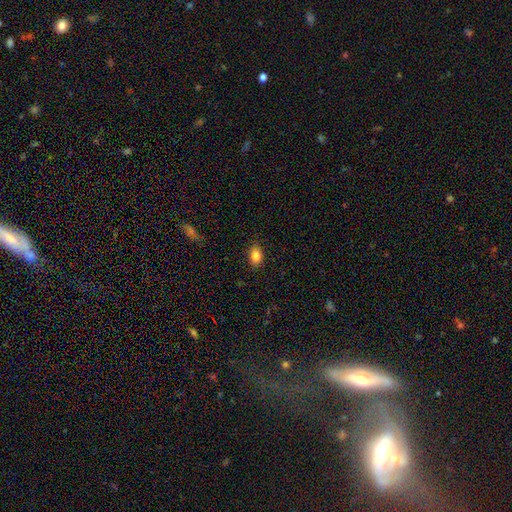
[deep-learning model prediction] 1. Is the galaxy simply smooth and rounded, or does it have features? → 86% smooth, 9% star or artifact, 6% featured or disk.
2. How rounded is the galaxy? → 86% in between, 12% round, 2% cigar-shaped.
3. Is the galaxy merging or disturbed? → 86% none, 11% minor disturbance, 2% major disturbance, 1% merger.